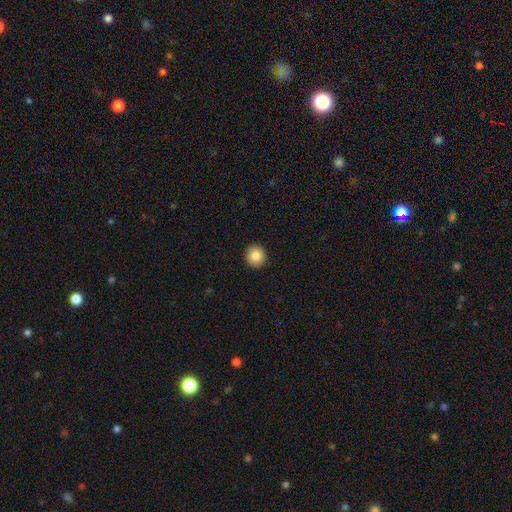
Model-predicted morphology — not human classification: type=smooth (83%); roundness=round (93%); merging=none (93%).